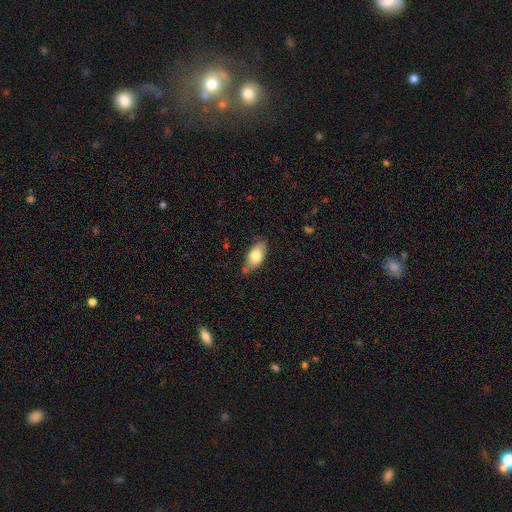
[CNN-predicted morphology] A smooth galaxy with no disk features (75%) that is in between round and cigar-shaped (89%).

Vote fractions:
- Smooth or featured? smooth: 75% / featured or disk: 19% / star or artifact: 7%
- How rounded? in between: 89% / cigar-shaped: 8% / round: 3%
- Merging? none: 75% / minor disturbance: 19% / merger: 3% / major disturbance: 3%